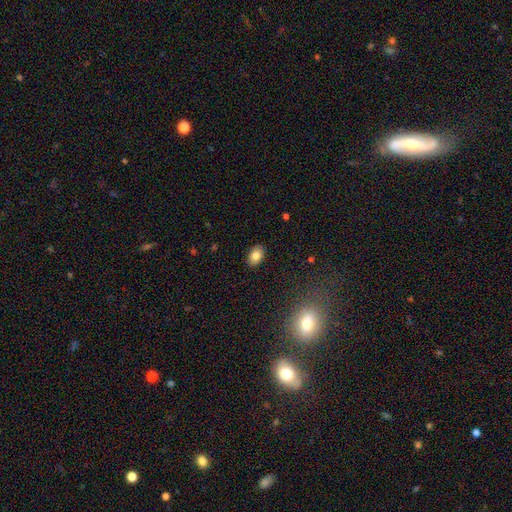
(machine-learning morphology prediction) smooth_or_featured: smooth (p=0.82) [alt: star or artifact p=0.09]
how_rounded: in between (p=0.85) [alt: round p=0.14]
merging: none (p=0.89) [alt: minor disturbance p=0.08]